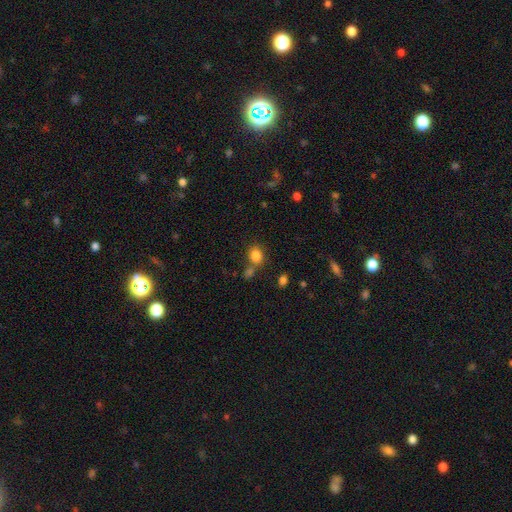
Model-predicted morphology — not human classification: Overall: smooth (83%). How rounded: round (59%; in between 40%). Merging: none (65%).